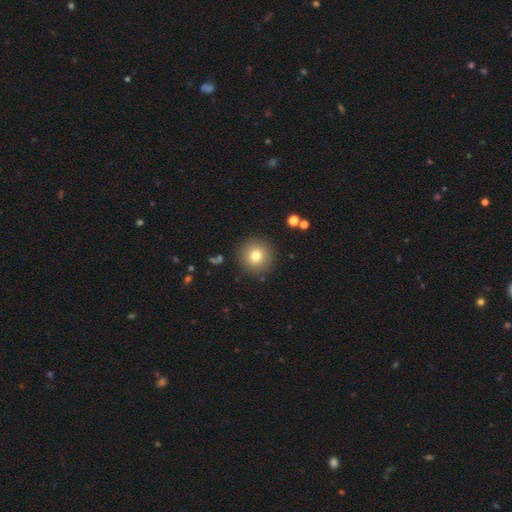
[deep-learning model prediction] Overall: smooth (78%). How rounded: round (95%). Merging: none (90%).